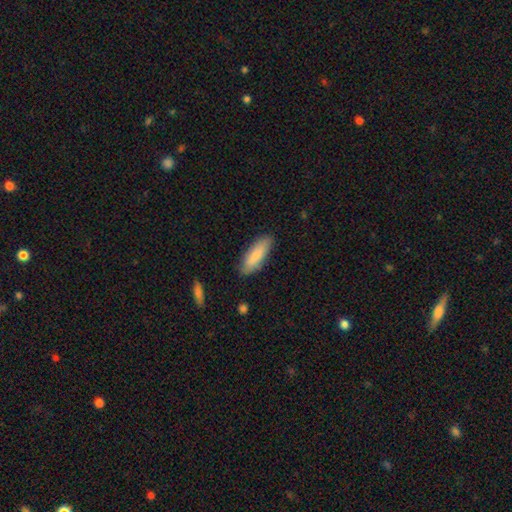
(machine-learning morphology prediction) Overall: smooth (82%). How rounded: in between (57%; cigar-shaped 41%). Merging: none (83%).